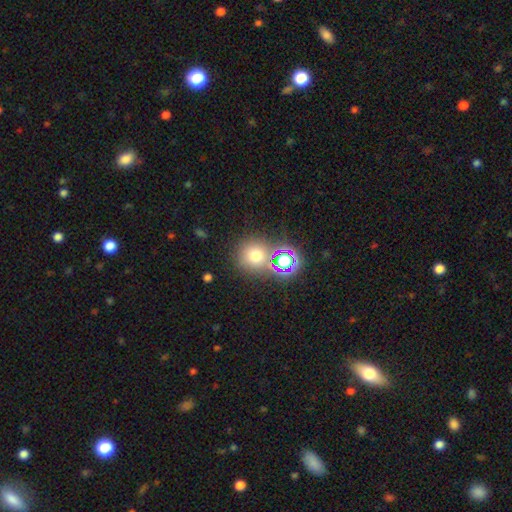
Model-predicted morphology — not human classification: This appears to be a smooth galaxy with no disk features (63%) that is round (90%). Merging: none (71%).